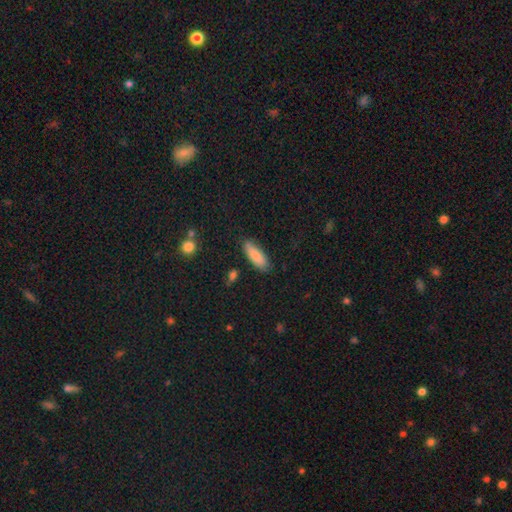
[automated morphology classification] Smooth or featured? smooth (83%)
How rounded? in between (62%)
Merging? none (82%)